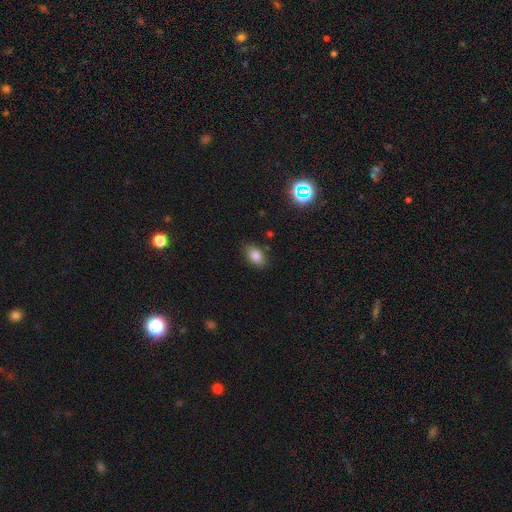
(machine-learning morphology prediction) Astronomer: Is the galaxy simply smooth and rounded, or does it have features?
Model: smooth — 80%.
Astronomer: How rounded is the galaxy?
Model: in between — 87%.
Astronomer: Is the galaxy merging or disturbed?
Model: none — 84%.